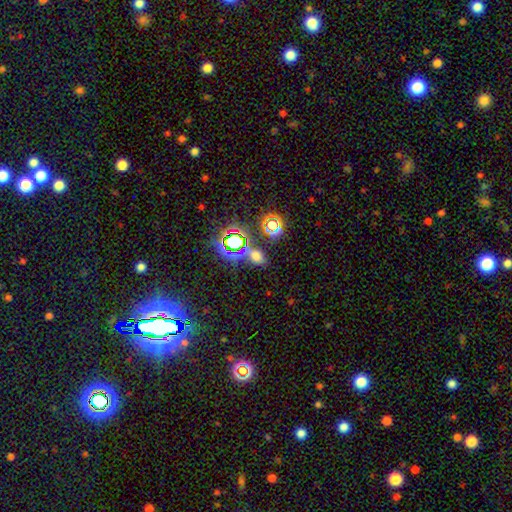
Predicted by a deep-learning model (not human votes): Smooth or featured: smooth — 51% (star or artifact — 41%)
How rounded: in between — 69% (round — 28%)
Merging: none — 66% (merger — 15%)